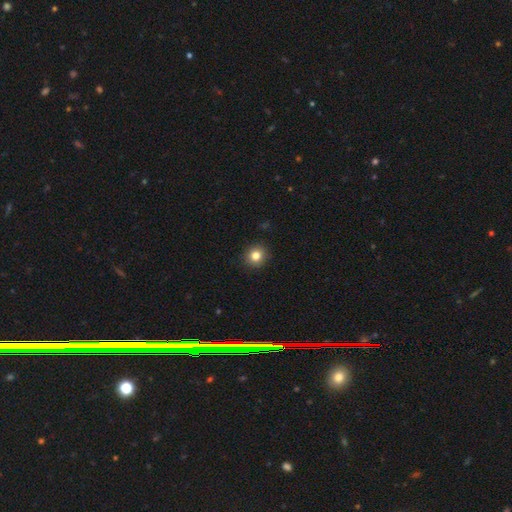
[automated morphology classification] This is clearly a smooth galaxy (82%). How rounded: clearly round (87%). Merging: clearly none (92%).